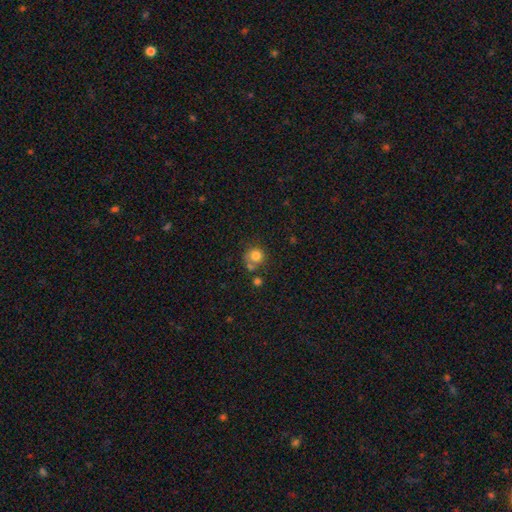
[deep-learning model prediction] Q: Smooth or featured?
A: smooth (79%); runner-up: star or artifact (11%)
Q: How rounded?
A: round (87%); runner-up: in between (12%)
Q: Merging?
A: none (53%); runner-up: merger (24%)